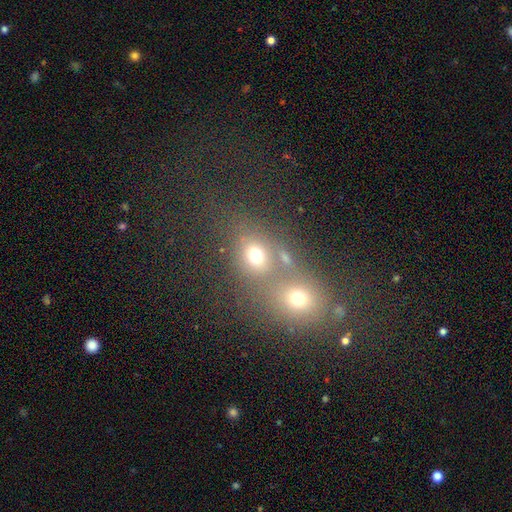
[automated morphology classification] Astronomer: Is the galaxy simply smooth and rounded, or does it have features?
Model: smooth — 71%.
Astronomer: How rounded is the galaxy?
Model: round — 63%.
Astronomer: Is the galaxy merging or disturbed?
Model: merger — 51% (runner-up: none, 36%).